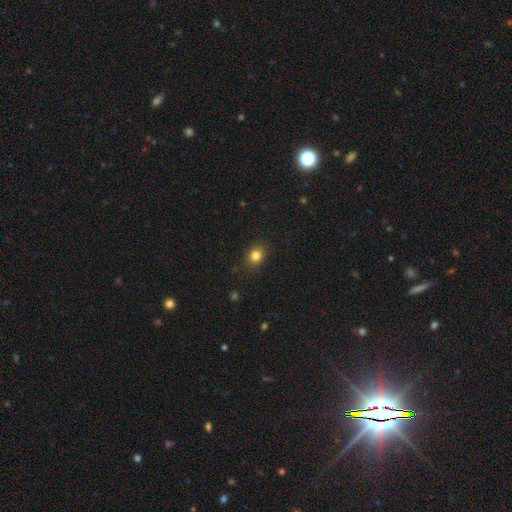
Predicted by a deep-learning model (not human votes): Overall: smooth (82%). How rounded: round (62%; in between 37%). Merging: none (87%).